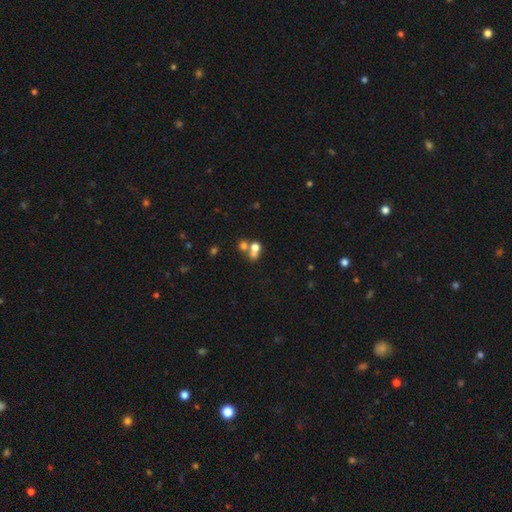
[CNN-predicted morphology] A smooth galaxy with no disk features (56%) that is in between round and cigar-shaped (49%).

Vote fractions:
- Smooth or featured? smooth: 56% / star or artifact: 25% / featured or disk: 19%
- How rounded? in between: 49% / round: 46% / cigar-shaped: 5%
- Merging? none: 43% / merger: 42% / minor disturbance: 9% / major disturbance: 6%